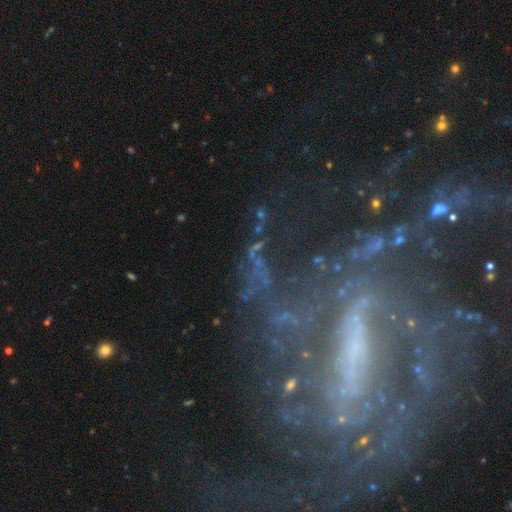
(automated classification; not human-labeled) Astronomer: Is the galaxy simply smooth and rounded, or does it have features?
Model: featured or disk — 70%.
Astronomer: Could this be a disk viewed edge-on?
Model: no — 91%.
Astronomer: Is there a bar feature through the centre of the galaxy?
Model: strong — 45% (runner-up: weak, 29%).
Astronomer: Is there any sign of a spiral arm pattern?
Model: yes — 75%.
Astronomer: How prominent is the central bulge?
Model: small — 48%.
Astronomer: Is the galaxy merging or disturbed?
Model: none — 56%.